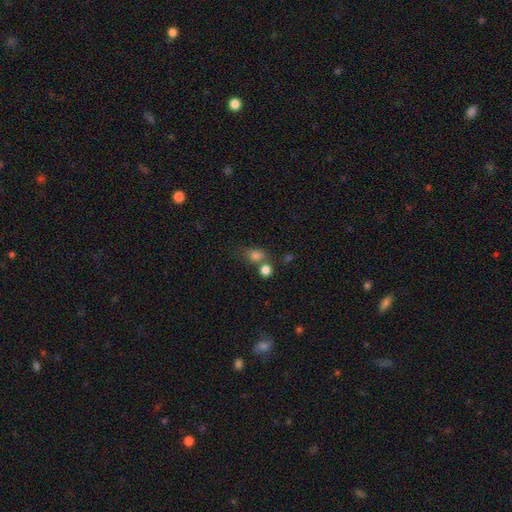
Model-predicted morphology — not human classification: Q: Smooth or featured?
A: smooth (79%); runner-up: star or artifact (13%)
Q: How rounded?
A: round (51%); runner-up: in between (47%)
Q: Merging?
A: none (48%); runner-up: merger (32%)